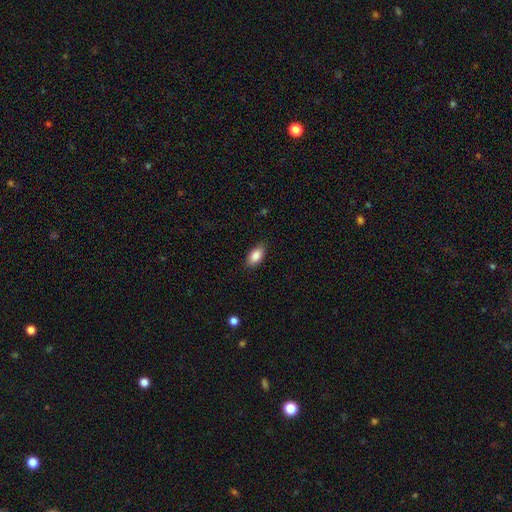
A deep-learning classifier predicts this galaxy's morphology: A smooth galaxy with no disk features (88%) that is in between round and cigar-shaped (92%). Merging: none (86%).